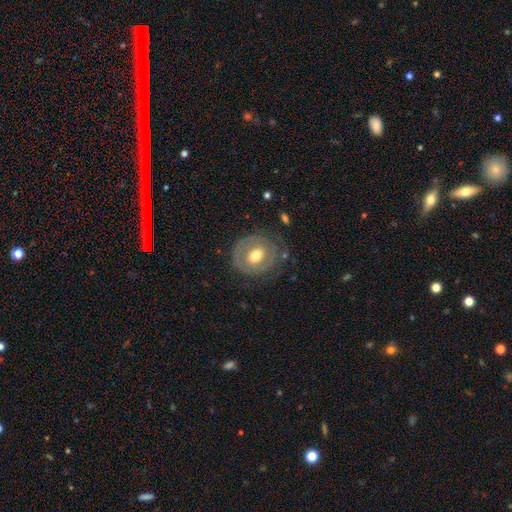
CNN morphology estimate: Smooth or featured: featured or disk — 55% (smooth — 39%)
Edge-on disk: no — 95% (yes — 5%)
Bar: no — 68% (weak — 24%)
Spiral arms: no — 69% (yes — 31%)
Bulge size: moderate — 69% (small — 14%)
Merging: none — 70% (minor disturbance — 18%)